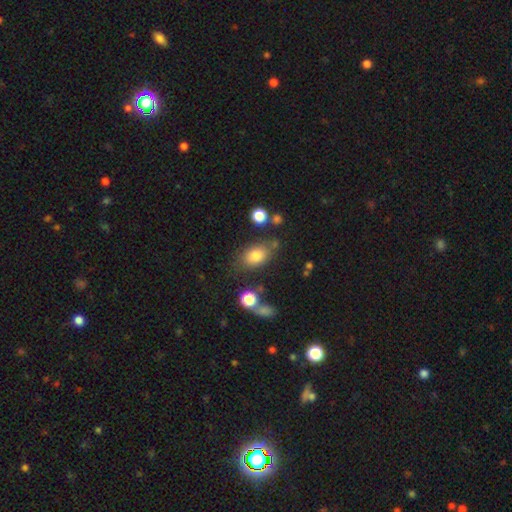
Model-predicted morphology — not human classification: The model was most divided on "merging": none: 69%, minor disturbance: 17%, merger: 8%, major disturbance: 6%. More confident: how rounded — in between (81%); smooth or featured — smooth (79%).